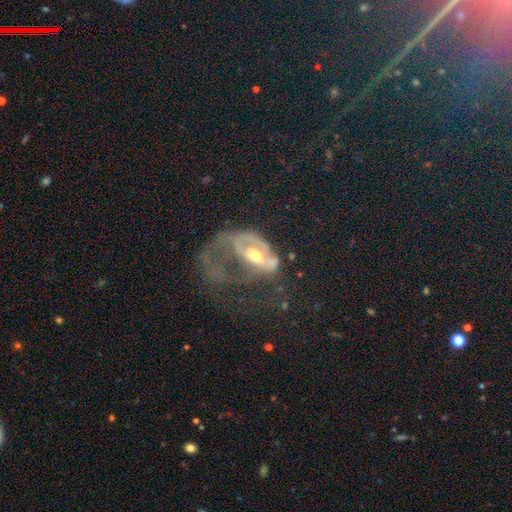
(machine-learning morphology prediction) The model was most divided on "spiral arms": no: 58%, yes: 42%. More confident: edge-on disk — no (92%); merging — major disturbance (69%); bar — no (65%); bulge size — moderate (64%); smooth or featured — featured or disk (63%).